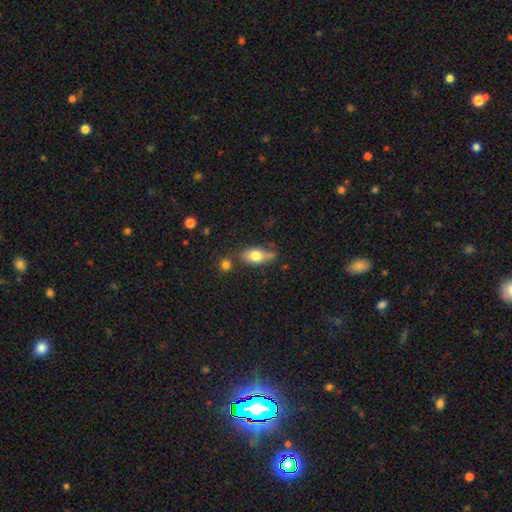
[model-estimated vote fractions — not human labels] Smooth or featured? smooth (74%)
How rounded? in between (83%)
Merging? none (60%)